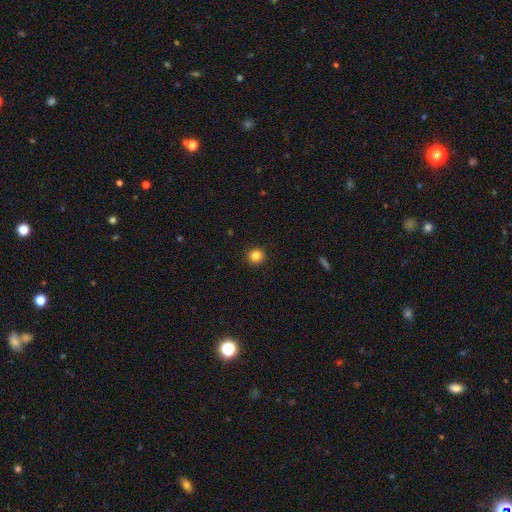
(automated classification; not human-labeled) Smooth or featured?
  - smooth: 84% *
  - star or artifact: 12%
  - featured or disk: 4%
How rounded?
  - round: 94% *
  - in between: 5%
  - cigar-shaped: 1%
Merging?
  - none: 92% *
  - minor disturbance: 5%
  - major disturbance: 2%
  - merger: 1%